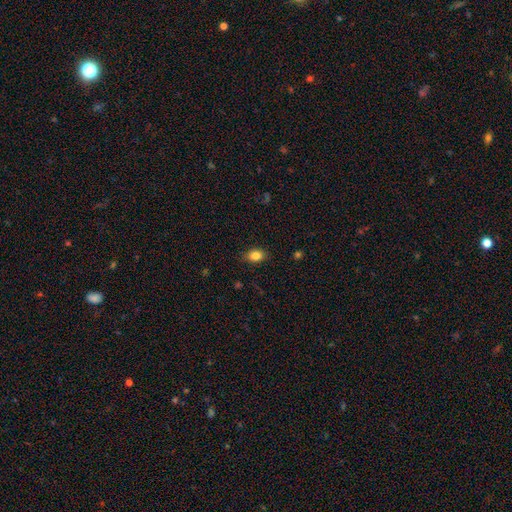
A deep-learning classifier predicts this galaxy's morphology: type=smooth (84%); roundness=in between (76%); merging=none (85%).